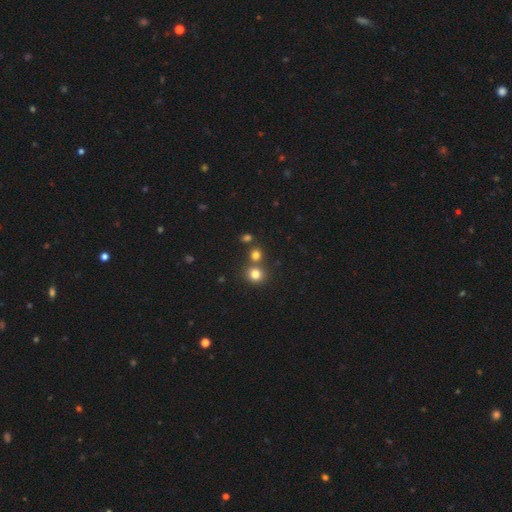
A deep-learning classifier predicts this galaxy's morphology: Smooth or featured?
  - smooth: 74% *
  - star or artifact: 19%
  - featured or disk: 7%
How rounded?
  - round: 87% *
  - in between: 12%
  - cigar-shaped: 1%
Merging?
  - none: 66% *
  - merger: 24%
  - minor disturbance: 7%
  - major disturbance: 3%